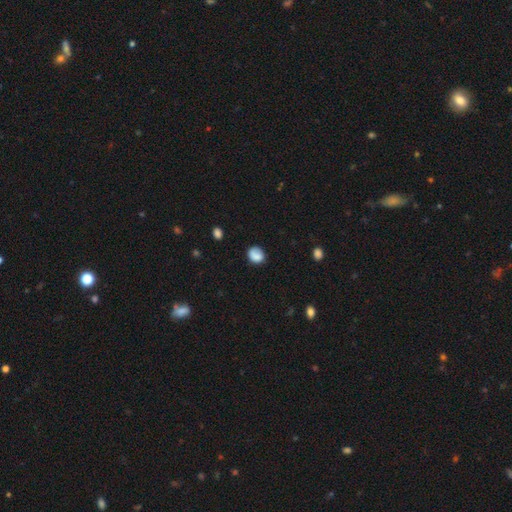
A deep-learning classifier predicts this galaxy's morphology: The model was most divided on "how rounded": round: 67%, in between: 32%, cigar-shaped: 1%. More confident: smooth or featured — smooth (81%); merging — none (69%).